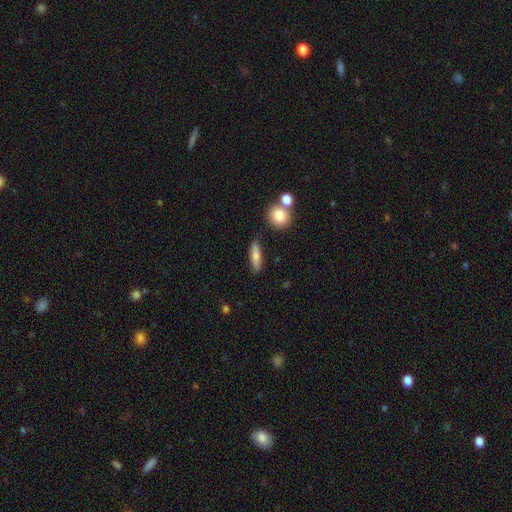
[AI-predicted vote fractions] Overall: smooth (74%). How rounded: cigar-shaped (58%; in between 38%). Merging: none (82%).